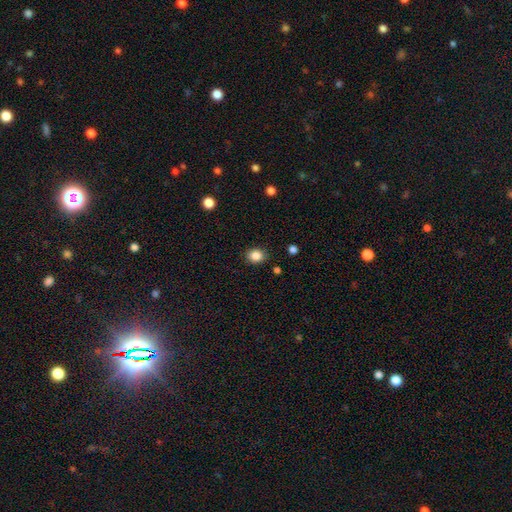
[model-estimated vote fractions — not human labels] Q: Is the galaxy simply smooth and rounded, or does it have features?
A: smooth — 85%.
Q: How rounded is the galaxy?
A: round — 63%.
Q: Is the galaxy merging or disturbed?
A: none — 88%.